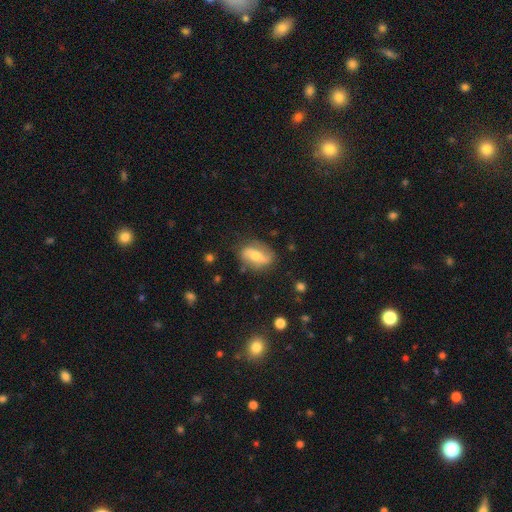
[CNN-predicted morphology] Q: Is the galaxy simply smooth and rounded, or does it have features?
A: featured or disk — 56%.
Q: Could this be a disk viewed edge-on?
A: no — 89%.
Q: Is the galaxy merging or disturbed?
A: none — 73%.